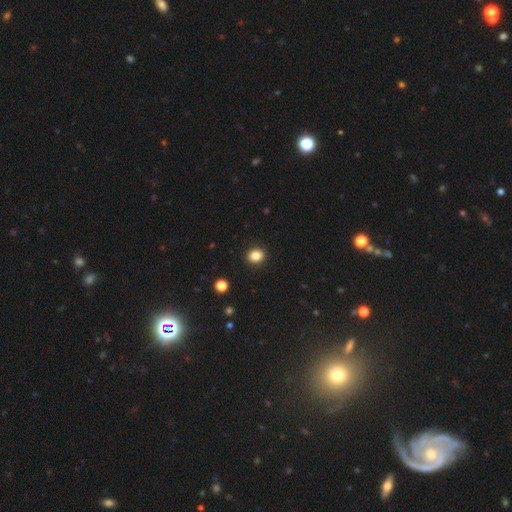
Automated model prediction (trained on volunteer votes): Q: Smooth or featured?
A: smooth (85%); runner-up: star or artifact (11%)
Q: How rounded?
A: round (59%); runner-up: in between (40%)
Q: Merging?
A: none (91%); runner-up: minor disturbance (6%)